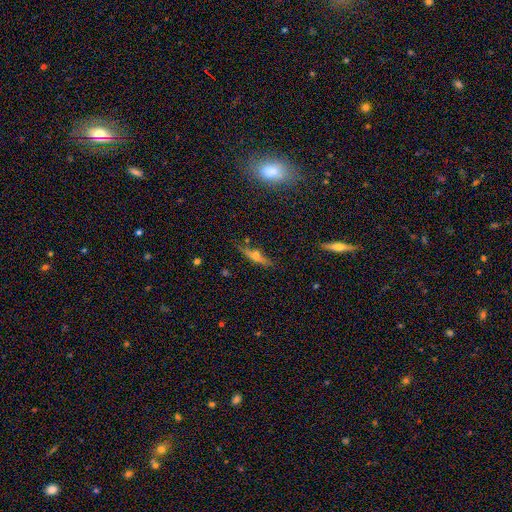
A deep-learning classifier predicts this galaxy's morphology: smooth-or-featured: featured or disk: 53% | smooth: 35% | star or artifact: 12%
  disk-edge-on: yes: 90% | no: 10%
  merging: none: 79% | minor disturbance: 14% | major disturbance: 4% | merger: 3%